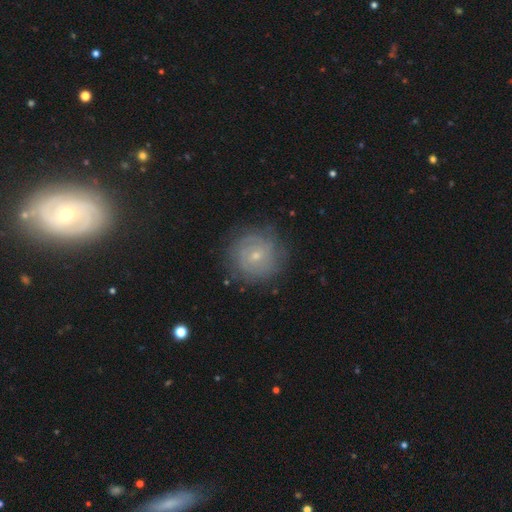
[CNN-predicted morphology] The model was most divided on "spiral arm count": can't tell: 50%, 2: 23%, 3: 10%, 4: 7%, 1: 5%, more than 4: 5%. More confident: edge-on disk — no (97%); spiral arms — yes (83%); merging — none (81%); bulge size — small (76%); spiral winding — tight (74%); bar — no (69%); smooth or featured — featured or disk (63%).